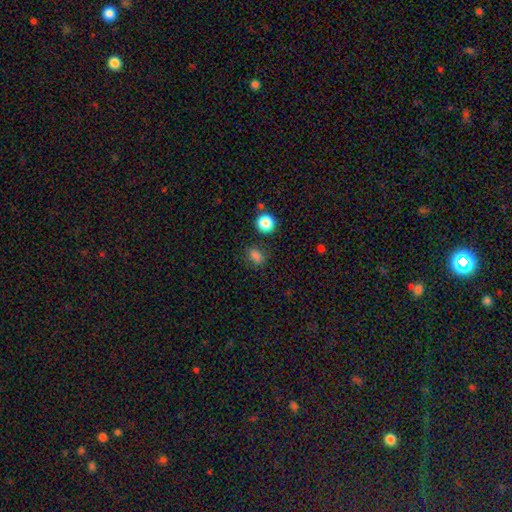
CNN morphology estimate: Smooth or featured: smooth — 80% (star or artifact — 15%)
How rounded: in between — 56% (round — 42%)
Merging: none — 75% (minor disturbance — 15%)